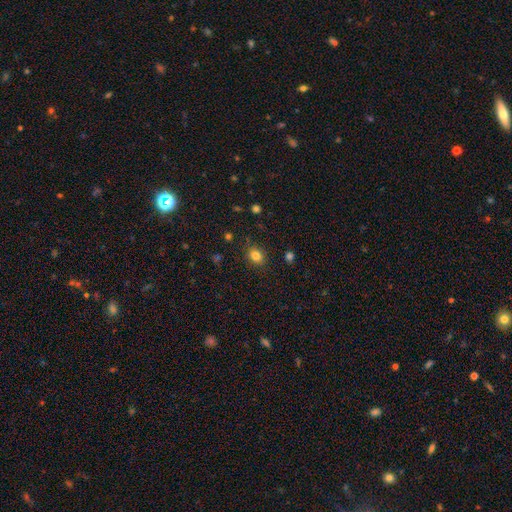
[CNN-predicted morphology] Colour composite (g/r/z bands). It shows a smooth galaxy with no disk features (82%) that is round (52%). Merging: none (85%).